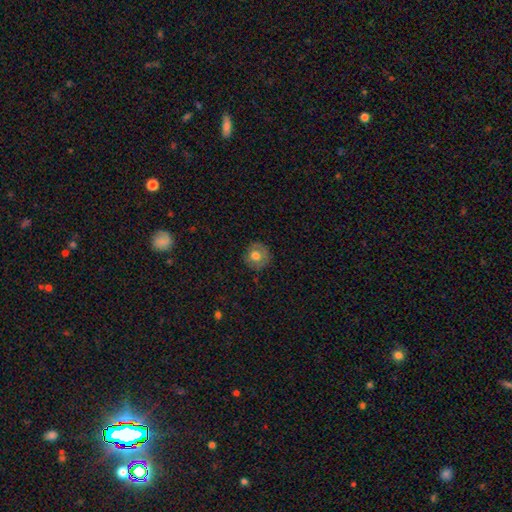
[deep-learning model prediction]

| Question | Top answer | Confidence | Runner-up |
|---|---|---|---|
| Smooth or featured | smooth | 68% | featured or disk (23%) |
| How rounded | round | 92% | in between (7%) |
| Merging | none | 83% | minor disturbance (13%) |